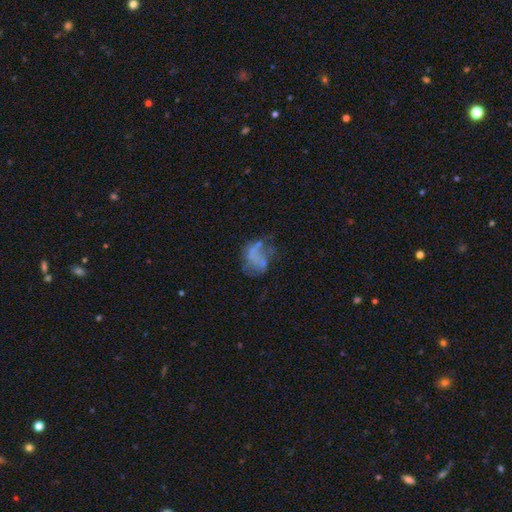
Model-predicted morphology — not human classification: smooth-or-featured: featured or disk: 51% | smooth: 35% | star or artifact: 14%
  disk-edge-on: no: 98% | yes: 2%
  merging: none: 35% | major disturbance: 33% | minor disturbance: 21% | merger: 10%